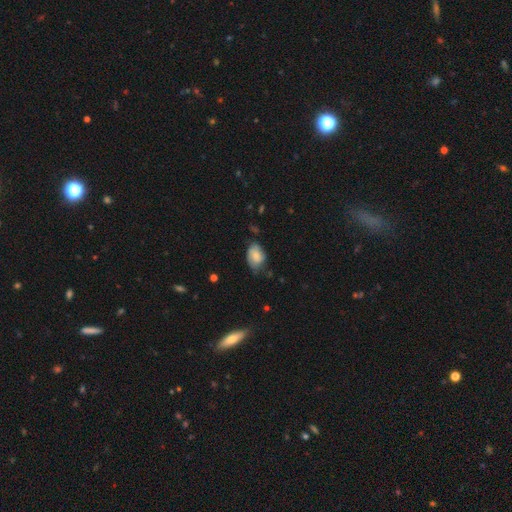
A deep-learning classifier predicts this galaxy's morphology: Smooth or featured: smooth — 73% (featured or disk — 20%)
How rounded: in between — 85% (round — 14%)
Merging: none — 55% (minor disturbance — 35%)